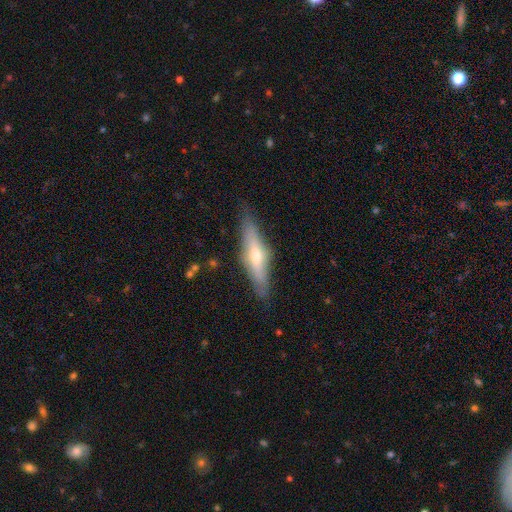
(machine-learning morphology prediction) Smooth or featured? featured or disk (55%)
Edge-on disk? yes (84%)
Merging? none (80%)